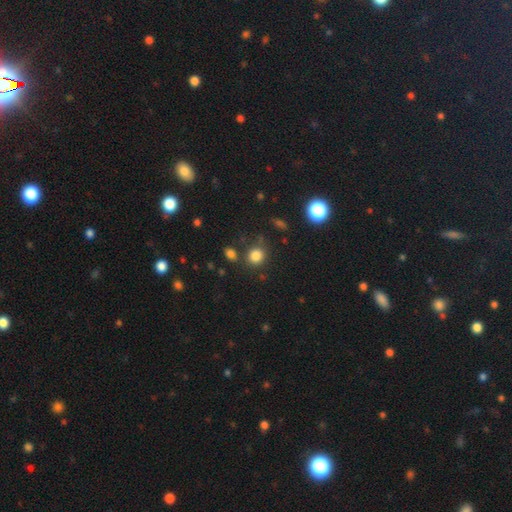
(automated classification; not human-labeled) A smooth galaxy with no disk features (82%) that is round (78%).

Vote fractions:
- Smooth or featured? smooth: 82% / star or artifact: 13% / featured or disk: 5%
- How rounded? round: 78% / in between: 20% / cigar-shaped: 1%
- Merging? none: 76% / minor disturbance: 12% / merger: 8% / major disturbance: 4%